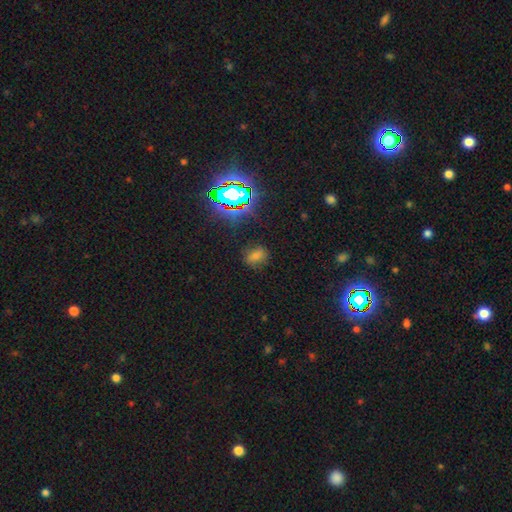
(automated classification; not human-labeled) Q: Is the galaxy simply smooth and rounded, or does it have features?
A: smooth — 60%.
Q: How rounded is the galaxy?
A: in between — 65%.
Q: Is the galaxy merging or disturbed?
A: none — 80%.